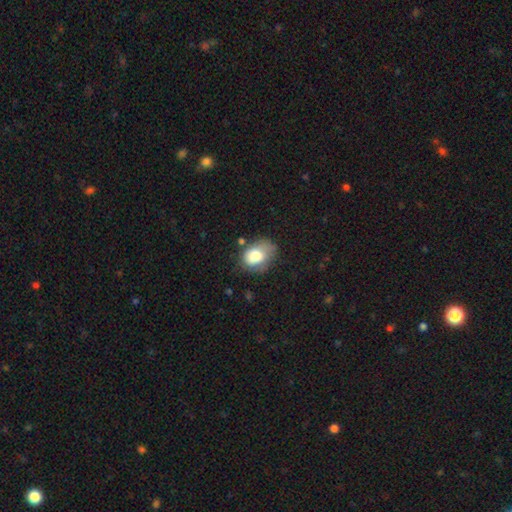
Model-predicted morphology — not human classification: A smooth galaxy with no disk features (76%) that is in between round and cigar-shaped (70%).

Vote fractions:
- Smooth or featured? smooth: 76% / featured or disk: 16% / star or artifact: 8%
- How rounded? in between: 70% / round: 29% / cigar-shaped: 1%
- Merging? none: 46% / minor disturbance: 33% / major disturbance: 16% / merger: 5%